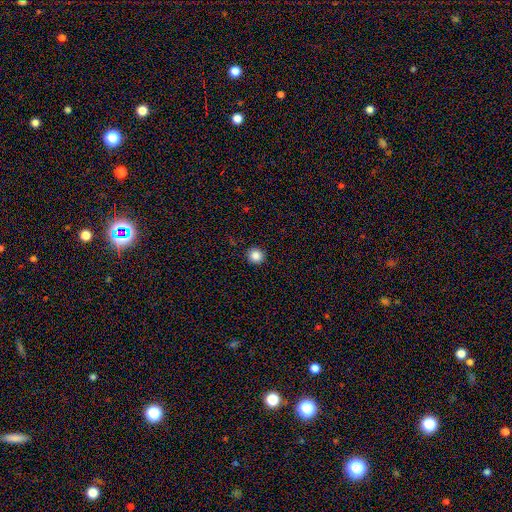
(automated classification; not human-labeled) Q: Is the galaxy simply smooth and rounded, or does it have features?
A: smooth — 86%.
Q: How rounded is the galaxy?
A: round — 92%.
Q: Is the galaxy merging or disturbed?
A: none — 92%.